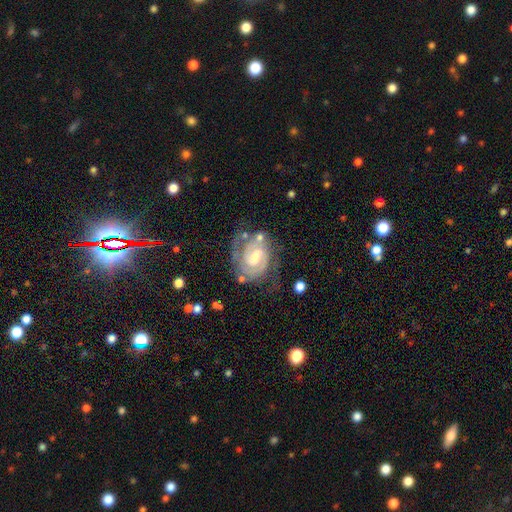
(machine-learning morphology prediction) This is clearly a featured or disk galaxy (89%). It is clearly not viewed edge-on (98%). Bar: possibly weak (55%). Spiral arm pattern: clearly yes (97%). Spiral arm count: likely 2 (78%). Spiral winding: possibly tight (60%). Central bulge: possibly moderate (50%). Merging: likely none (64%).